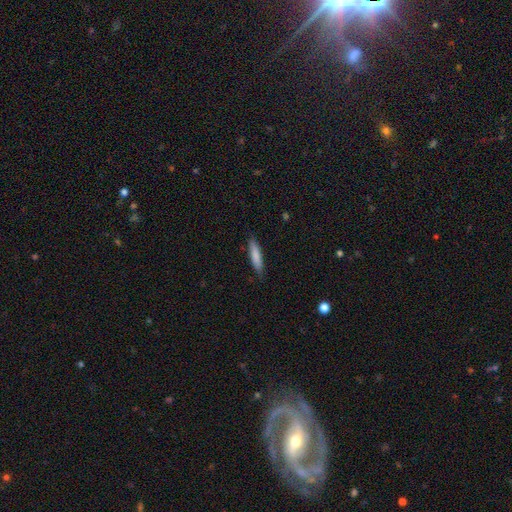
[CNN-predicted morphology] Smooth or featured?
  - smooth: 81% *
  - featured or disk: 13%
  - star or artifact: 5%
How rounded?
  - cigar-shaped: 81% *
  - in between: 18%
  - round: 1%
Merging?
  - none: 84% *
  - minor disturbance: 13%
  - major disturbance: 2%
  - merger: 1%